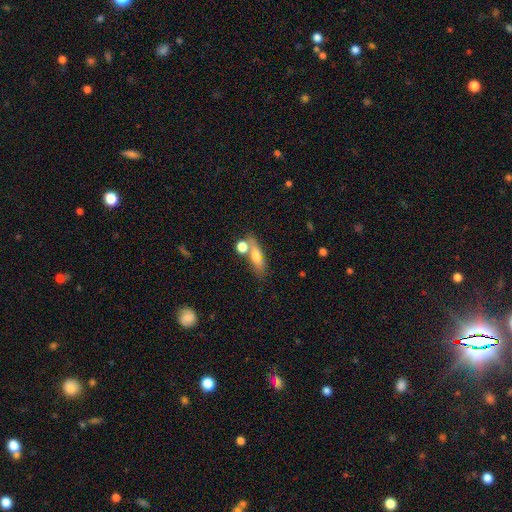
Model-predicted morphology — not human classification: smooth 67%, featured or disk 23%, star or artifact 10%. Down the decision tree: how rounded — in between (57%); merging — none (53%).